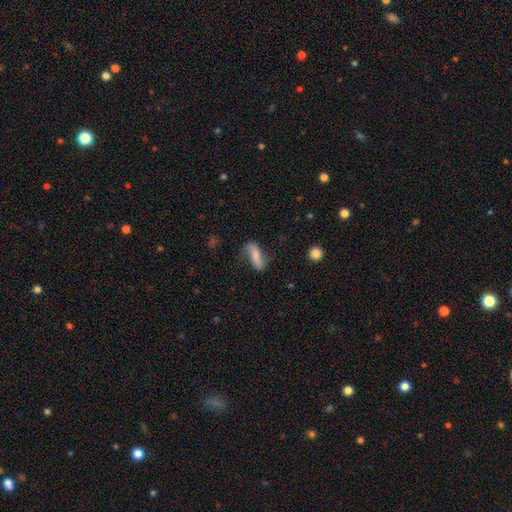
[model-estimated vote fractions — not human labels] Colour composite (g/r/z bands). It shows a smooth galaxy with no disk features (57%) that is in between round and cigar-shaped (53%). Merging: none (60%).